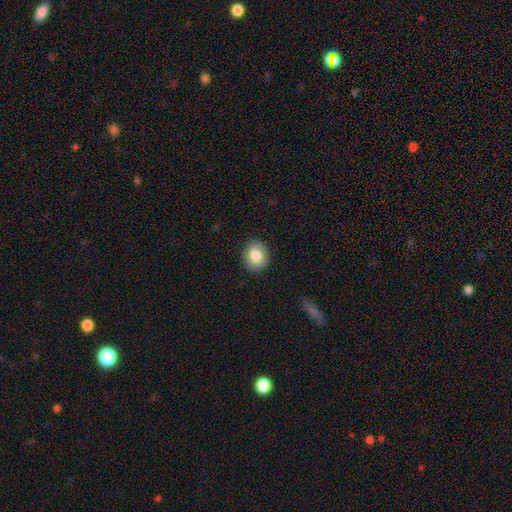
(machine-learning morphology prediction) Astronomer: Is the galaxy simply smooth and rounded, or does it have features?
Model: smooth — 81%.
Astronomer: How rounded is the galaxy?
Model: round — 66%.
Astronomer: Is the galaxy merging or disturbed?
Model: none — 90%.